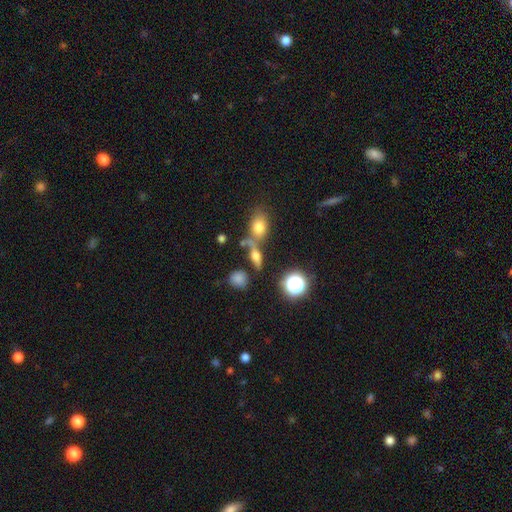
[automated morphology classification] Smooth or featured?
  - smooth: 52% *
  - featured or disk: 28%
  - star or artifact: 20%
How rounded?
  - in between: 48% *
  - cigar-shaped: 28%
  - round: 23%
Merging?
  - none: 57% *
  - merger: 27%
  - minor disturbance: 10%
  - major disturbance: 5%